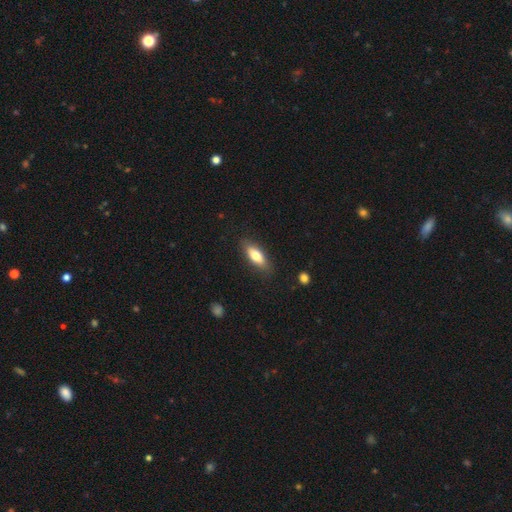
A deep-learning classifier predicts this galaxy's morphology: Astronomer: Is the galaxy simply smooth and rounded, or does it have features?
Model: smooth — 73%.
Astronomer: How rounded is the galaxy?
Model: in between — 69%.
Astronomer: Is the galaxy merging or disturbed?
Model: none — 84%.